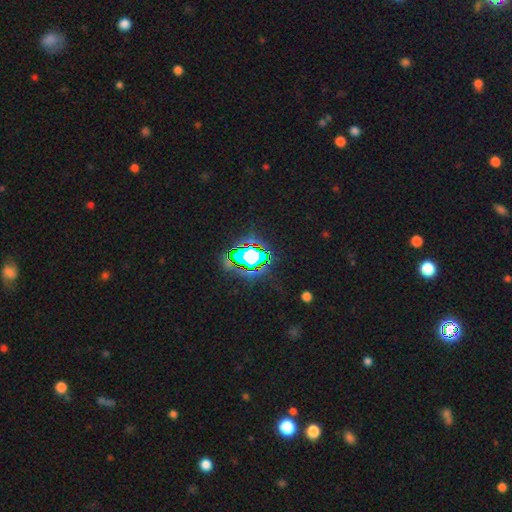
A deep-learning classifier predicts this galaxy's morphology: Smooth or featured: star or artifact — 75% (smooth — 14%)